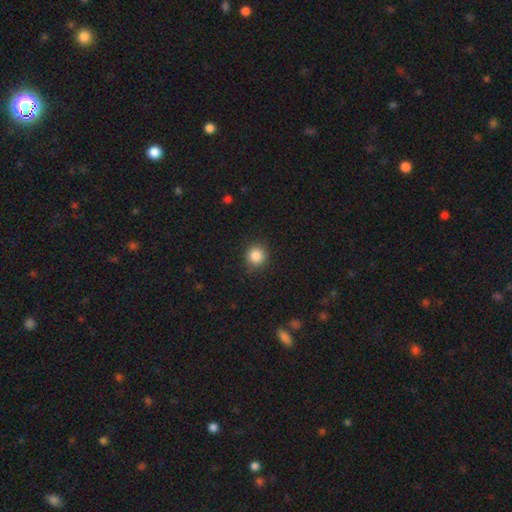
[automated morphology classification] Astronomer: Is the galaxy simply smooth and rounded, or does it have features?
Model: smooth — 86%.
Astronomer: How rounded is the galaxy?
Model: round — 89%.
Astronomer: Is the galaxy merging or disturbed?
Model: none — 86%.